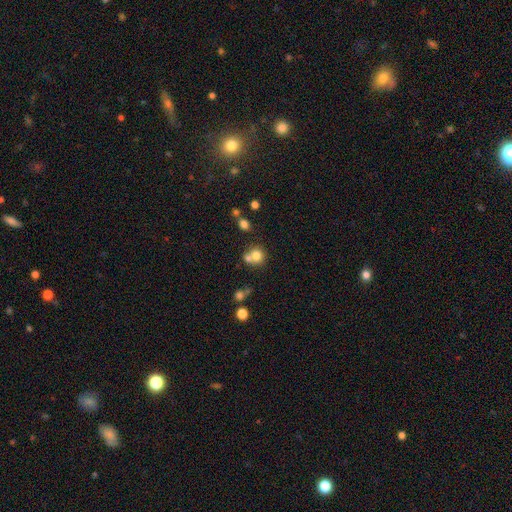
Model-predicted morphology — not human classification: Smooth or featured: smooth — 75% (featured or disk — 13%)
How rounded: round — 82% (in between — 17%)
Merging: none — 46% (merger — 41%)